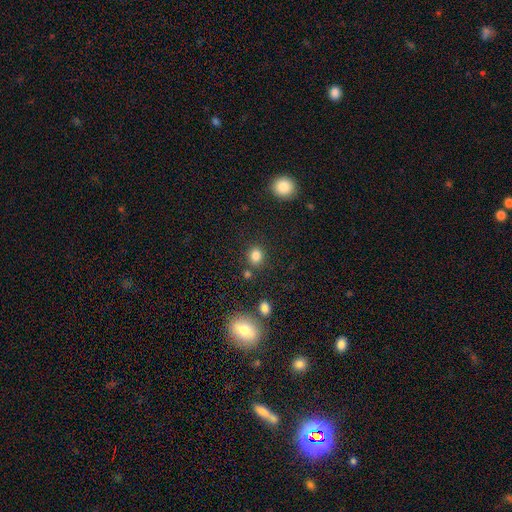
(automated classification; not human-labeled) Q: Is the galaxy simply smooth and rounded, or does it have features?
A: smooth — 83%.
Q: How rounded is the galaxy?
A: round — 65%.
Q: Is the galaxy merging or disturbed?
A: none — 80%.